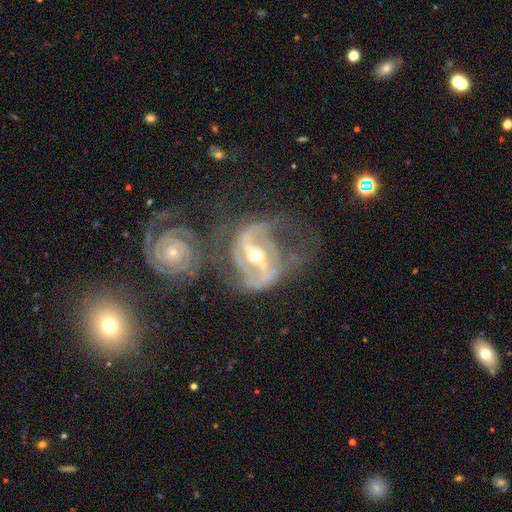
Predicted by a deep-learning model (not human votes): featured or disk 88%, star or artifact 7%, smooth 5%. Down the decision tree: edge-on disk — no (95%); bar — strong (60%); spiral arms — yes (95%); spiral arm count — 2 (69%); spiral winding — medium (46%); bulge size — moderate (54%); merging — none (44%).